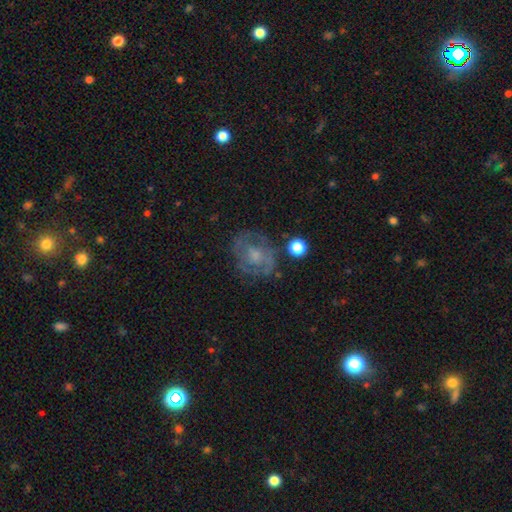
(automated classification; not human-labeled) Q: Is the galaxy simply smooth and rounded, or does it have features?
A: featured or disk — 65%.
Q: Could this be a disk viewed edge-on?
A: no — 97%.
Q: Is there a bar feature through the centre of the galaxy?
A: no — 72%.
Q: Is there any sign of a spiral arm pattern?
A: yes — 64%.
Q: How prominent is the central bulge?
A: small — 42%.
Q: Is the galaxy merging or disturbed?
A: none — 64%.